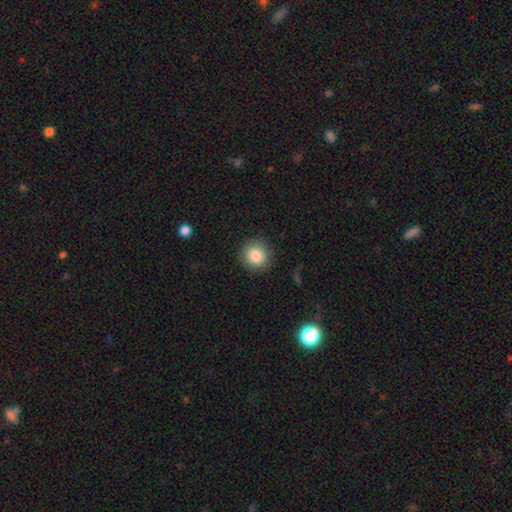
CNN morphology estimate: This is clearly a smooth galaxy (86%). How rounded: clearly round (94%). Merging: clearly none (89%).